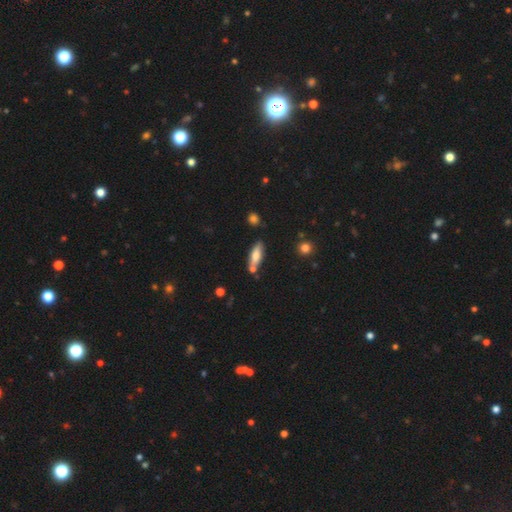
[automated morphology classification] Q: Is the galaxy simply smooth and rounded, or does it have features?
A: smooth — 68%.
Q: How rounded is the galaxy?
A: in between — 52%.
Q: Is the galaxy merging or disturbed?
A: none — 66%.